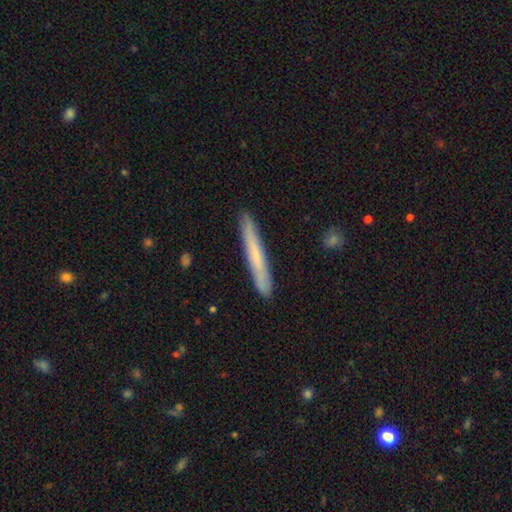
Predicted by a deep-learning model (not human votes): This appears to be a smooth galaxy with no disk features (62%) that is cigar-shaped (97%). Merging: none (90%).